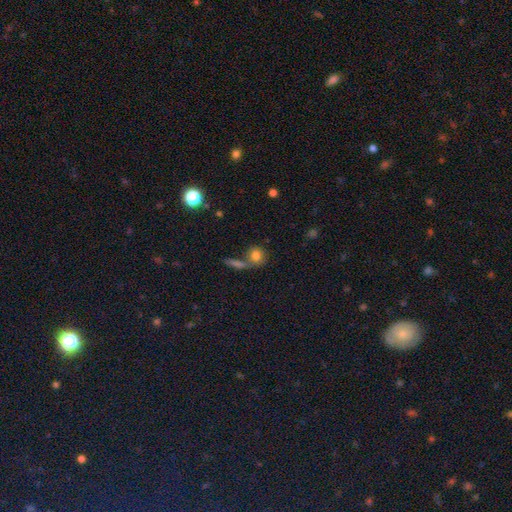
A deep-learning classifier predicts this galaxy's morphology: A smooth galaxy with no disk features (78%) that is round (80%).

Vote fractions:
- Smooth or featured? smooth: 78% / featured or disk: 11% / star or artifact: 11%
- How rounded? round: 80% / in between: 18% / cigar-shaped: 3%
- Merging? none: 57% / merger: 27% / minor disturbance: 11% / major disturbance: 5%